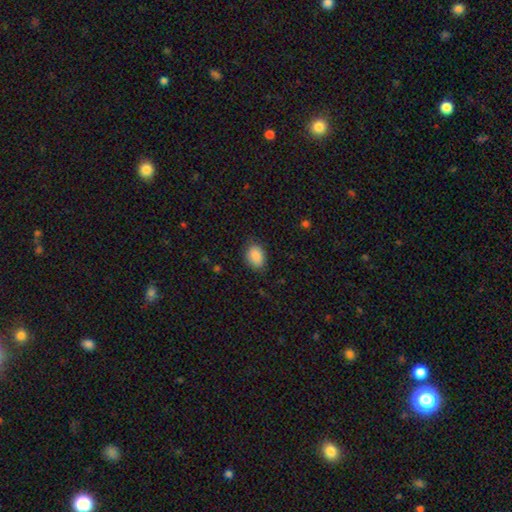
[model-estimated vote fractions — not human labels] smooth 88%, star or artifact 8%, featured or disk 5%. Down the decision tree: how rounded — in between (76%); merging — none (82%).